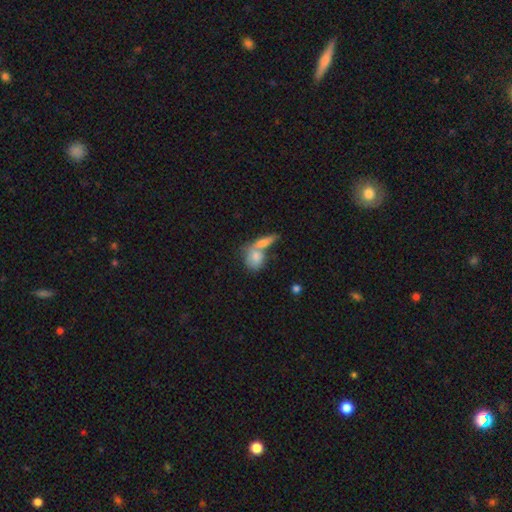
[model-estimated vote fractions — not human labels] smooth-or-featured: smooth: 50% | star or artifact: 25% | featured or disk: 25%
  merging: merger: 45% | none: 36% | minor disturbance: 10% | major disturbance: 9%